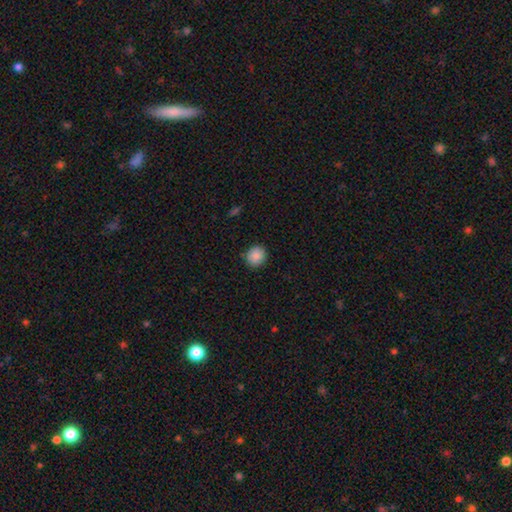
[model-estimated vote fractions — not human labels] Q: Smooth or featured?
A: smooth (88%); runner-up: star or artifact (8%)
Q: How rounded?
A: round (83%); runner-up: in between (16%)
Q: Merging?
A: none (87%); runner-up: minor disturbance (10%)